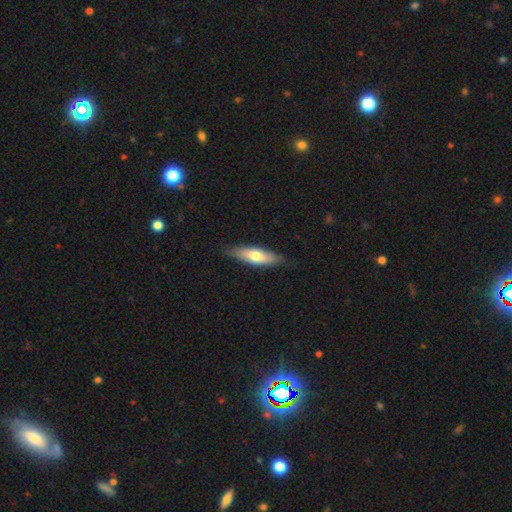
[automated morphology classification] smooth 65%, featured or disk 29%, star or artifact 5%. Down the decision tree: how rounded — cigar-shaped (51%); merging — none (80%).